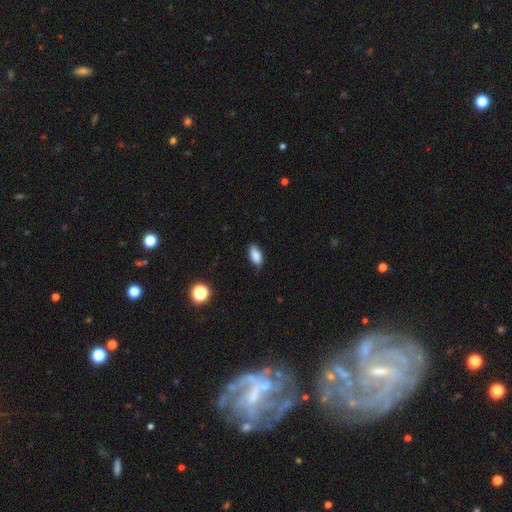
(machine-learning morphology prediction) Smooth or featured? smooth (86%)
How rounded? in between (90%)
Merging? none (76%)